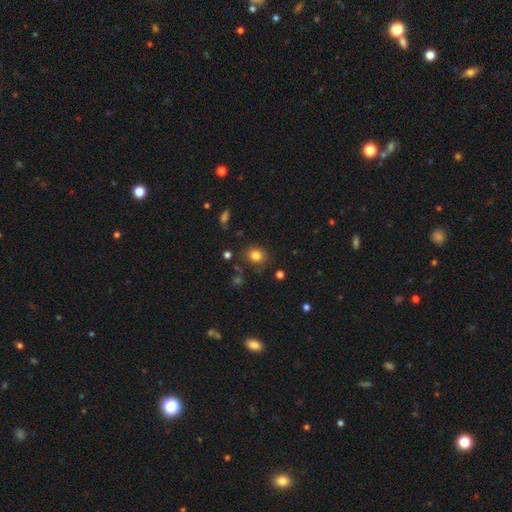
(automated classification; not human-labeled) A smooth galaxy with no disk features (82%) that is round (72%).

Vote fractions:
- Smooth or featured? smooth: 82% / star or artifact: 12% / featured or disk: 6%
- How rounded? round: 72% / in between: 27% / cigar-shaped: 1%
- Merging? none: 81% / minor disturbance: 12% / major disturbance: 4% / merger: 3%